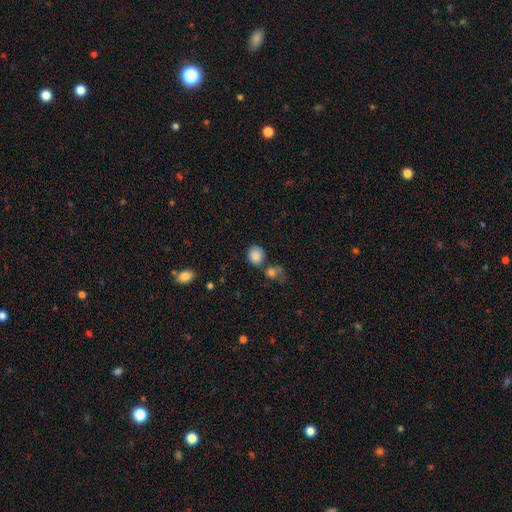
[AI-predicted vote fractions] Smooth or featured? smooth (85%)
How rounded? round (65%)
Merging? none (62%)